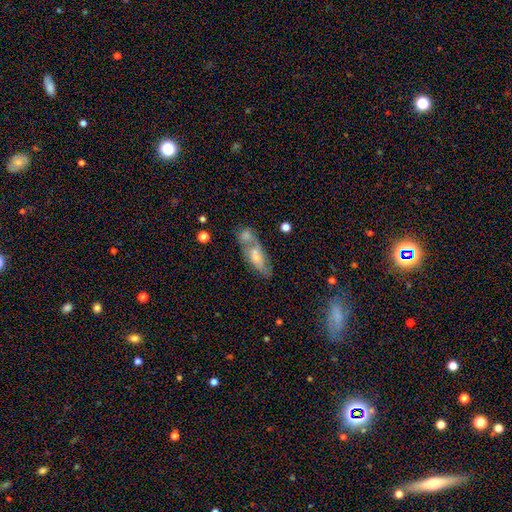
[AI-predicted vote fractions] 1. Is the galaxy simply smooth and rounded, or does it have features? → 45% smooth, 44% featured or disk, 12% star or artifact.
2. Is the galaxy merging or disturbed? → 40% none, 37% merger, 16% minor disturbance, 8% major disturbance.